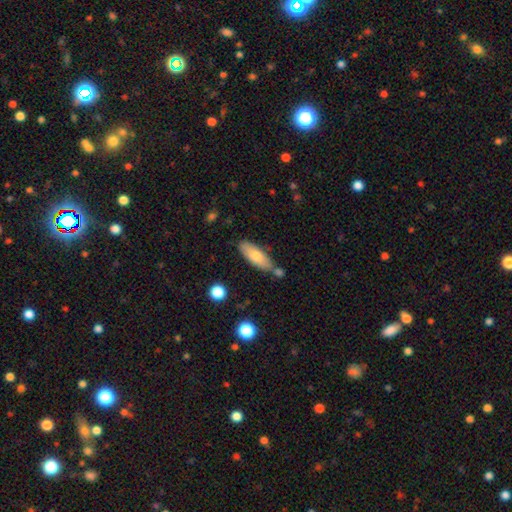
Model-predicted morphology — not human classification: type=smooth (73%); roundness=in between (63%); merging=none (70%).